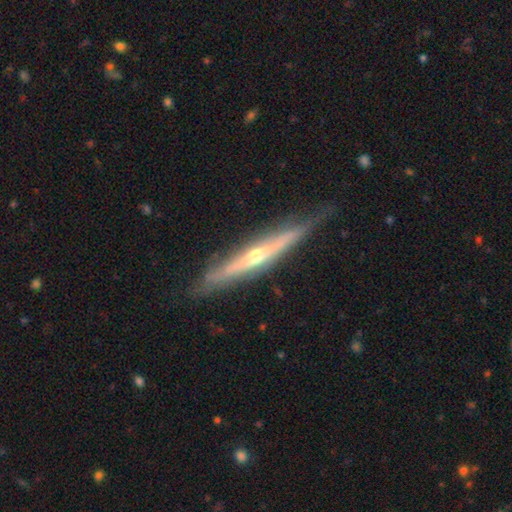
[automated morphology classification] Smooth or featured? Predicted: featured or disk (p=0.77). Edge-on disk? Predicted: yes (p=0.92). Edge-on bulge? Predicted: rounded (p=0.80). Merging? Predicted: none (p=0.80).